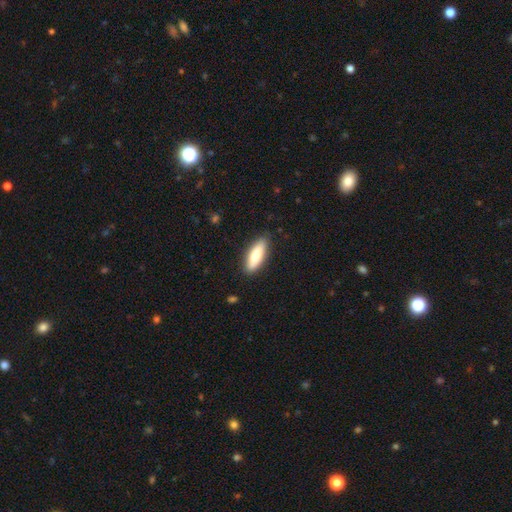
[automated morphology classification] A smooth galaxy with no disk features (74%) that is in between round and cigar-shaped (54%). Merging: none (87%).